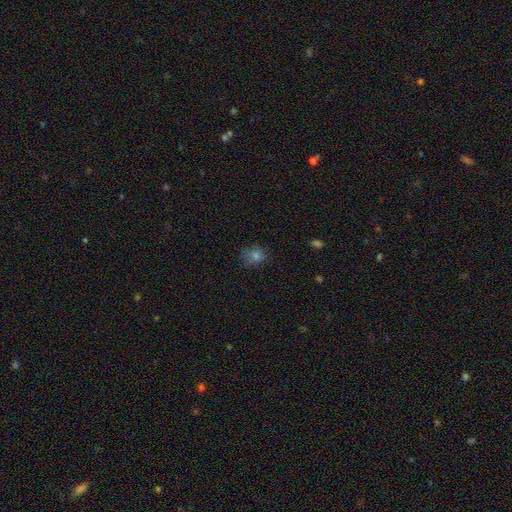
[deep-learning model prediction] Smooth or featured? smooth (70%)
How rounded? round (62%)
Merging? none (68%)